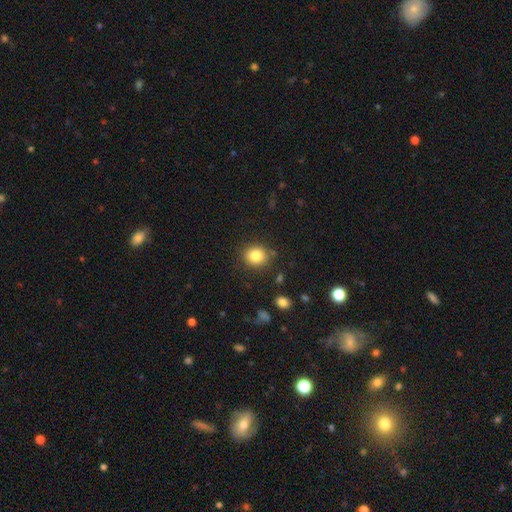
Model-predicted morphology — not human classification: This appears to be a smooth galaxy with no disk features (83%) that is round (76%). Merging: none (85%).